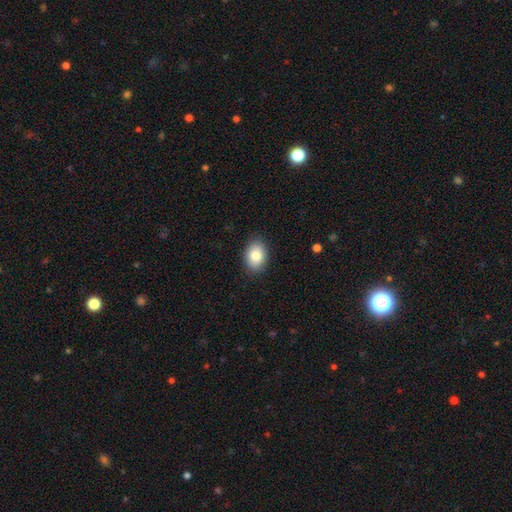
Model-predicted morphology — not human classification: smooth_or_featured: smooth (p=0.84) [alt: featured or disk p=0.09]
how_rounded: in between (p=0.79) [alt: round p=0.20]
merging: none (p=0.88) [alt: minor disturbance p=0.09]